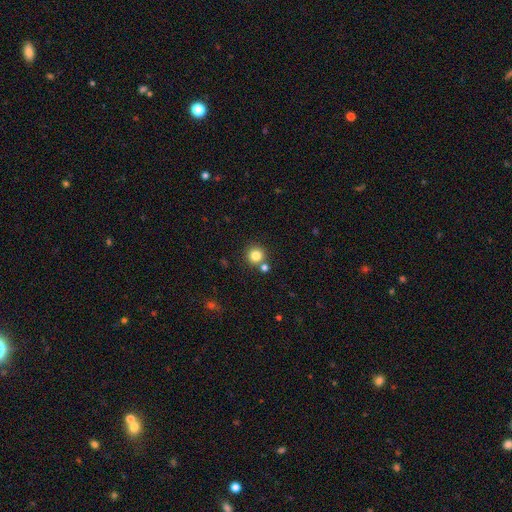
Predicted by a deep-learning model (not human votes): Smooth or featured: smooth — 82% (star or artifact — 12%)
How rounded: round — 94% (in between — 5%)
Merging: none — 77% (merger — 13%)